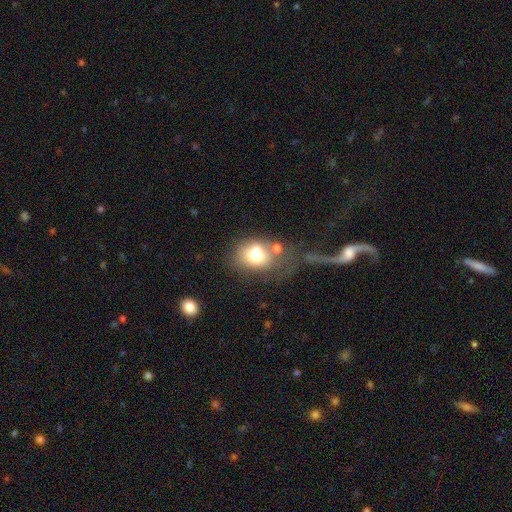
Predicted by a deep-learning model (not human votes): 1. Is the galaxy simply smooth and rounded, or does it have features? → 72% smooth, 18% featured or disk, 10% star or artifact.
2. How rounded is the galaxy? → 65% in between, 33% round, 1% cigar-shaped.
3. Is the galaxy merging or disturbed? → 36% none, 23% merger, 21% major disturbance, 20% minor disturbance.